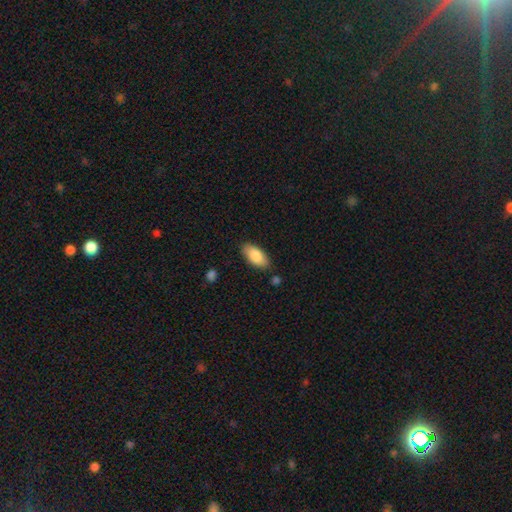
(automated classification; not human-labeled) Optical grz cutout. It shows a smooth galaxy with no disk features (86%) that is in between round and cigar-shaped (89%). Merging: none (83%).